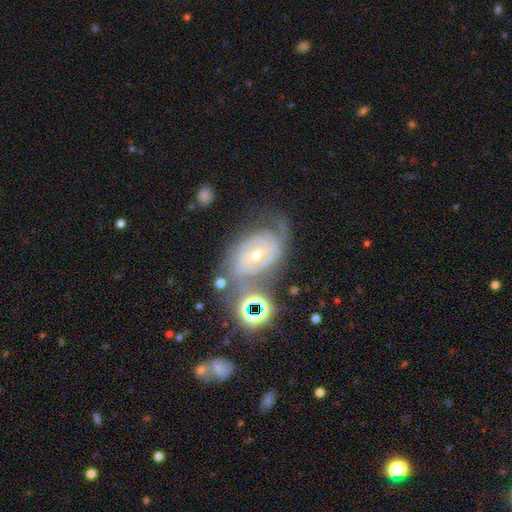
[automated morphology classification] smooth-or-featured: featured or disk: 79% | smooth: 11% | star or artifact: 11%
  disk-edge-on: no: 96% | yes: 4%
    bar: no: 67% | weak: 25% | strong: 9%
    has-spiral-arms: yes: 88% | no: 12%
      spiral-winding: tight: 55% | medium: 31% | loose: 14%
      spiral-arm-count: 2: 45% | can't tell: 31% | 1: 9% | 3: 9% | 4: 3% | more than 4: 3%
    bulge-size: small: 50% | moderate: 46% | large: 2% | none: 1% | dominant: 1%
  merging: none: 47% | major disturbance: 22% | minor disturbance: 21% | merger: 10%